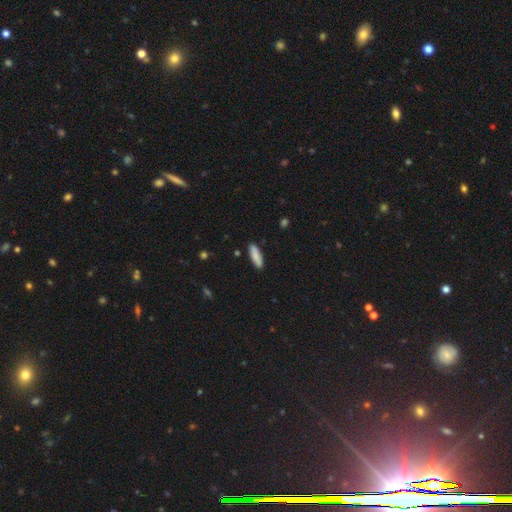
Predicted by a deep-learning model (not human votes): Smooth or featured? smooth (88%)
How rounded? cigar-shaped (60%)
Merging? none (89%)